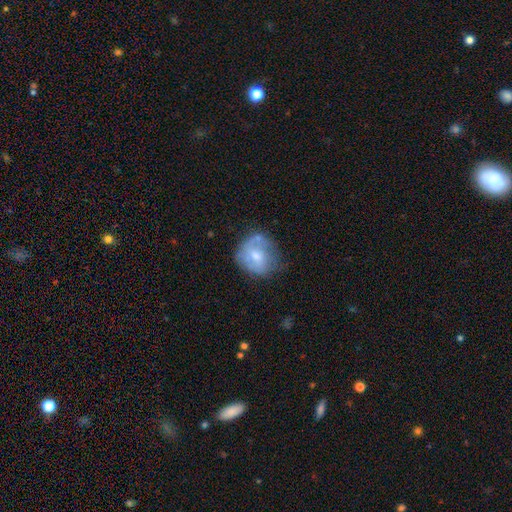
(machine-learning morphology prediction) Smooth or featured: smooth — 47% (featured or disk — 45%)
Merging: none — 48% (minor disturbance — 29%)